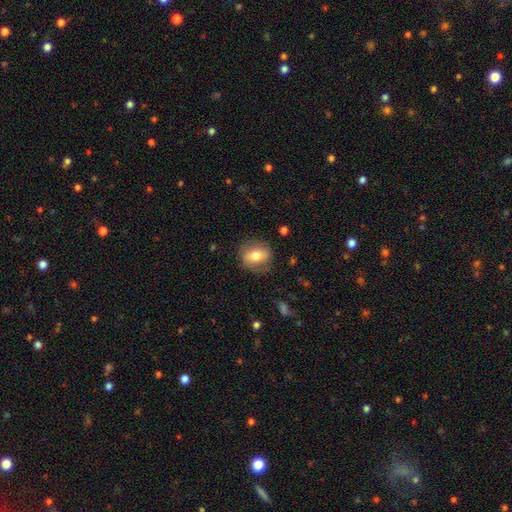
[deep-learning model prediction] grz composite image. It shows a smooth galaxy with no disk features (61%) that is round (56%). Merging: none (76%).